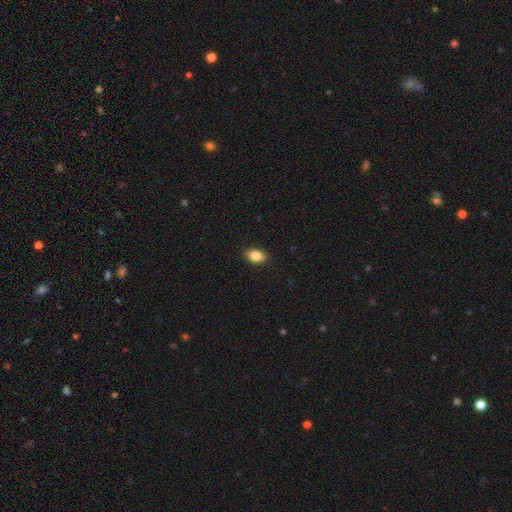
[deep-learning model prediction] The model was most divided on "how rounded": in between: 86%, round: 12%, cigar-shaped: 2%. More confident: merging — none (89%); smooth or featured — smooth (86%).